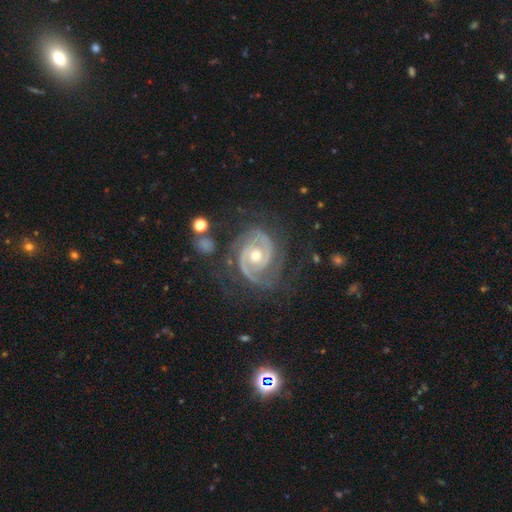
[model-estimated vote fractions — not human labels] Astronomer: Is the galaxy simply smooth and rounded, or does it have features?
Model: featured or disk — 92%.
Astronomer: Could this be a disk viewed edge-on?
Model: no — 98%.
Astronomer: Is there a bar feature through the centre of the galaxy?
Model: no — 62%.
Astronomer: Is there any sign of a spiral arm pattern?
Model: yes — 98%.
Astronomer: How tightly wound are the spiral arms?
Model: tight — 61%.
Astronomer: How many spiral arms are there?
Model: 2 — 86%.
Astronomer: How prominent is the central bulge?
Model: moderate — 70%.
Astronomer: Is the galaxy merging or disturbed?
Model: none — 73%.